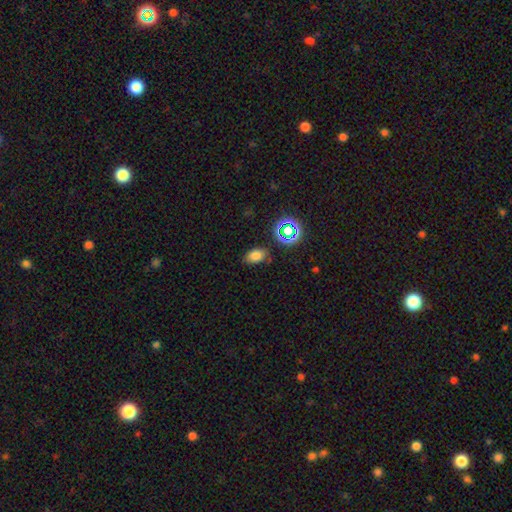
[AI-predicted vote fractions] Morphology: type=smooth (74%); roundness=in between (85%); merging=none (80%).